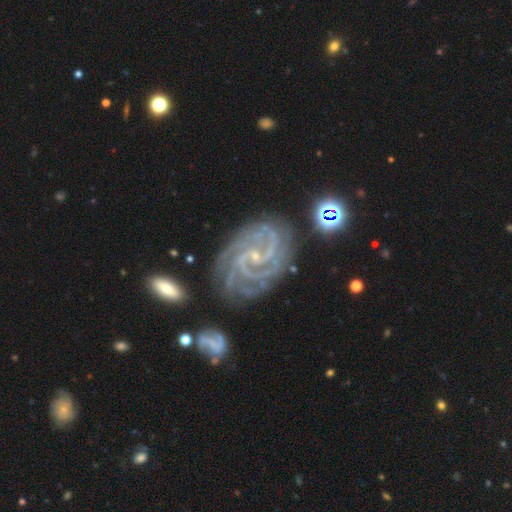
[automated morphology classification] A featured or disk galaxy (90%) with no bar (41%, tied with weak), 3 (24%) tight (68%) spiral arms (98%) and a small central bulge (82%).

Vote fractions:
- Smooth or featured? featured or disk: 90% / star or artifact: 6% / smooth: 3%
- Edge-on disk? no: 97% / yes: 3%
- Bar? no: 41% (tied) / weak: 41% (tied) / strong: 18%
- Spiral arms? yes: 98% / no: 2%
- Spiral winding? tight: 68% / medium: 28% / loose: 4%
- Spiral arm count? 3: 24% / 2: 23% / 4: 19% / can't tell: 16% / more than 4: 10% / 1: 8%
- Bulge size? small: 82% / moderate: 13% / none: 3% / large: 1% / dominant: 1%
- Merging? none: 69% / minor disturbance: 18% / major disturbance: 7% / merger: 5%